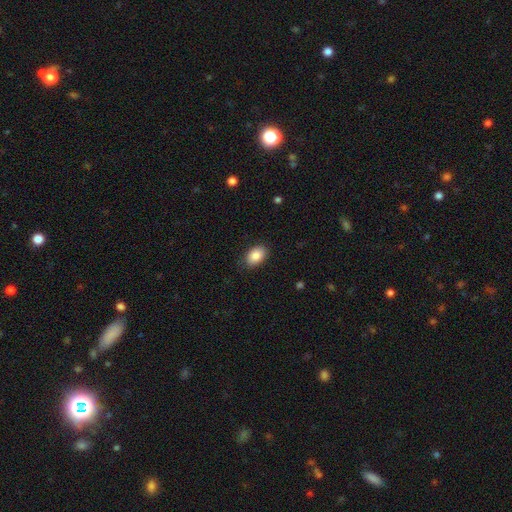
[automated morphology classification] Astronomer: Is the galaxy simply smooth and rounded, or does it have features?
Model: smooth — 87%.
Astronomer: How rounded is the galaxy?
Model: in between — 86%.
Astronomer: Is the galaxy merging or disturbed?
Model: none — 85%.